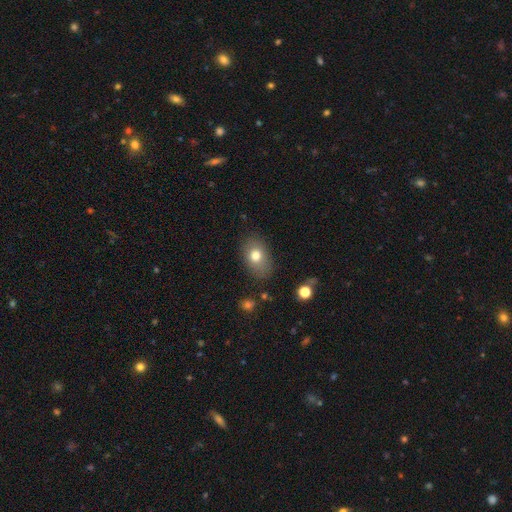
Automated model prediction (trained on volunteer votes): Smooth or featured?
  - smooth: 75% *
  - featured or disk: 15%
  - star or artifact: 10%
How rounded?
  - in between: 79% *
  - round: 20%
  - cigar-shaped: 1%
Merging?
  - none: 80% *
  - minor disturbance: 14%
  - major disturbance: 4%
  - merger: 2%